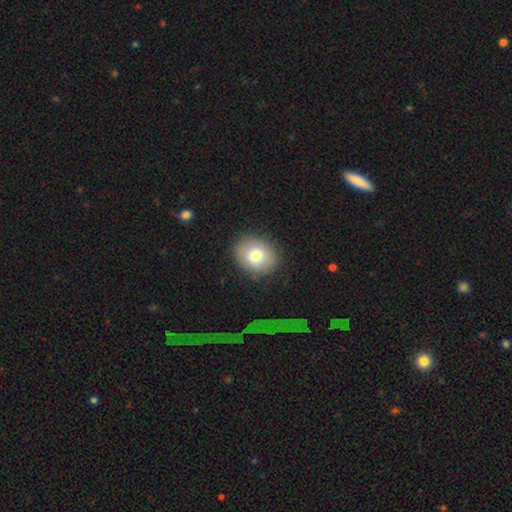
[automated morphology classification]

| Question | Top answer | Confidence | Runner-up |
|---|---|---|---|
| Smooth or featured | smooth | 76% | featured or disk (15%) |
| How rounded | round | 61% | in between (38%) |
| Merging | none | 86% | minor disturbance (10%) |